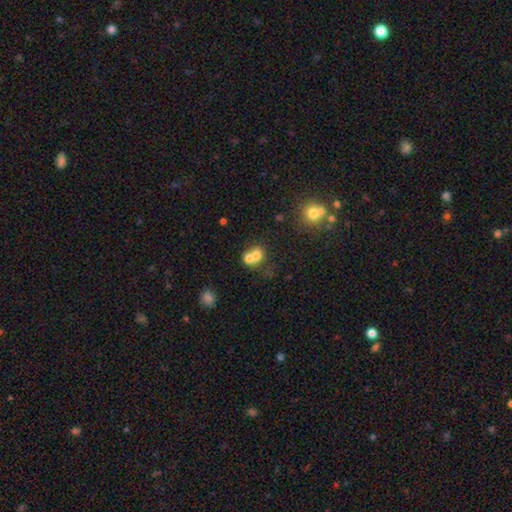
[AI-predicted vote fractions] A smooth galaxy with no disk features (68%) that is round (65%). Merging: merger (66%).